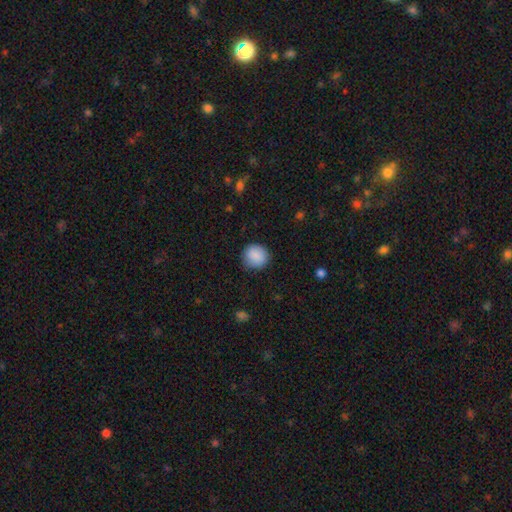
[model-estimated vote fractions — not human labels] Overall: smooth (88%). How rounded: round (86%). Merging: none (85%).